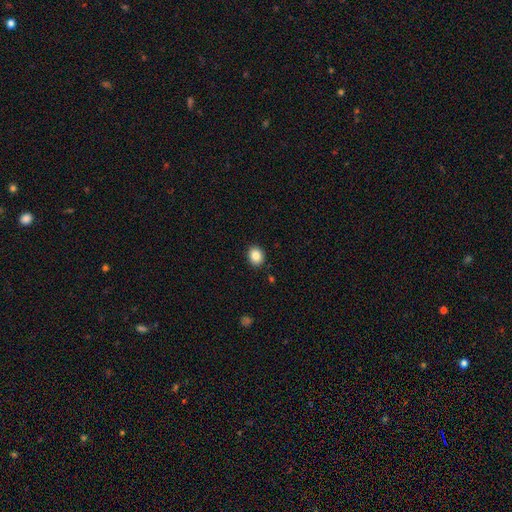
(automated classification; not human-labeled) Smooth or featured: smooth — 86% (star or artifact — 9%)
How rounded: round — 60% (in between — 39%)
Merging: none — 91% (minor disturbance — 6%)